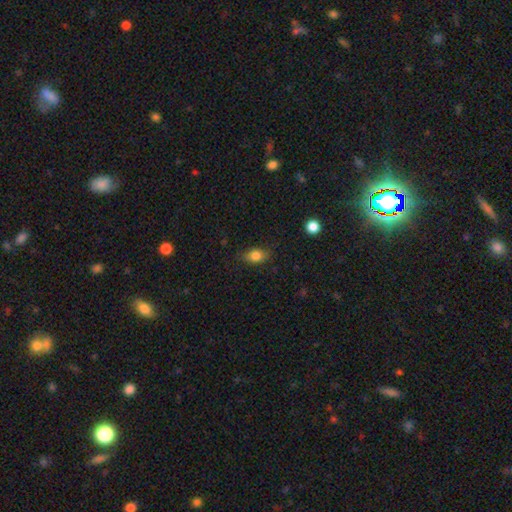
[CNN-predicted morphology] smooth 81%, star or artifact 9%, featured or disk 9%. Down the decision tree: how rounded — in between (77%); merging — none (75%).